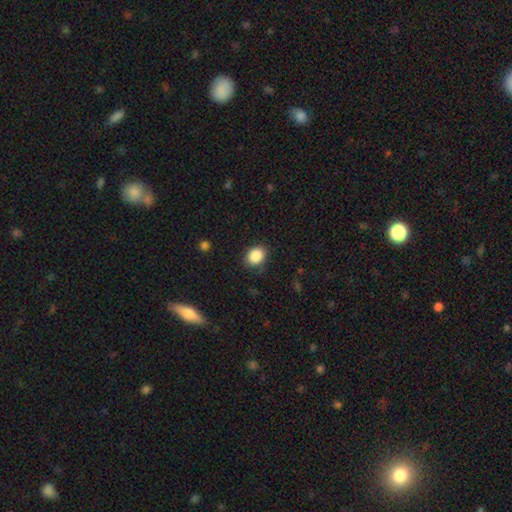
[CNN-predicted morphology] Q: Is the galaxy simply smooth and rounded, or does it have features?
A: smooth — 87%.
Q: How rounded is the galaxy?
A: round — 52%.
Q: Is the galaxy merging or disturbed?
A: none — 85%.